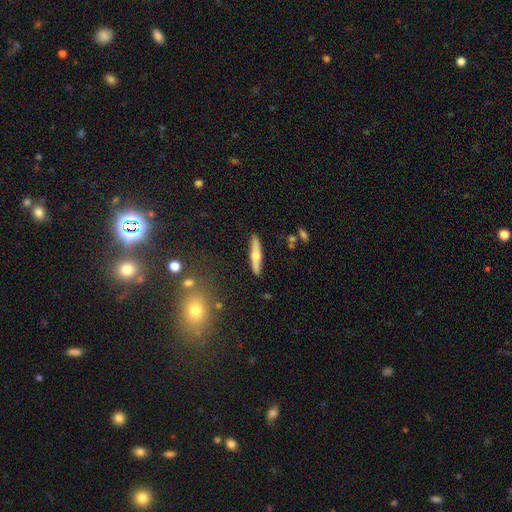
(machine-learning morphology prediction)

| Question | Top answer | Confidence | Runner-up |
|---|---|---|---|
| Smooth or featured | smooth | 52% | featured or disk (42%) |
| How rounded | cigar-shaped | 86% | in between (12%) |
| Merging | none | 87% | minor disturbance (9%) |